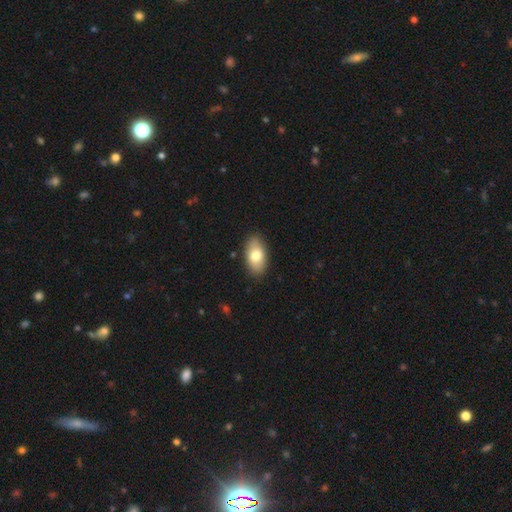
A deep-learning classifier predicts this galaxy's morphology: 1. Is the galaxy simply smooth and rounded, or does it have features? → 78% smooth, 16% featured or disk, 6% star or artifact.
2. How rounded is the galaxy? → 93% in between, 4% round, 3% cigar-shaped.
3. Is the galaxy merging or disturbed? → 87% none, 9% minor disturbance, 2% major disturbance, 1% merger.